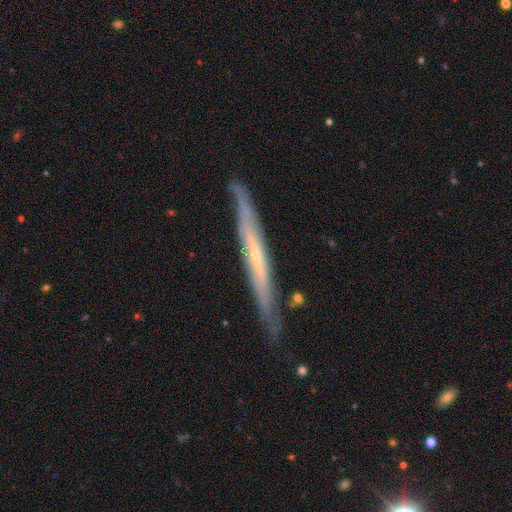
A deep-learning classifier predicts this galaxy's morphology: A featured or disk galaxy (72%) viewed edge-on (88%) with no central bulge (67%).

Vote fractions:
- Smooth or featured? featured or disk: 72% / smooth: 22% / star or artifact: 6%
- Edge-on disk? yes: 88% / no: 12%
- Edge-on bulge? none: 67% / rounded: 28% / boxy: 5%
- Merging? none: 79% / minor disturbance: 16% / major disturbance: 3% / merger: 2%